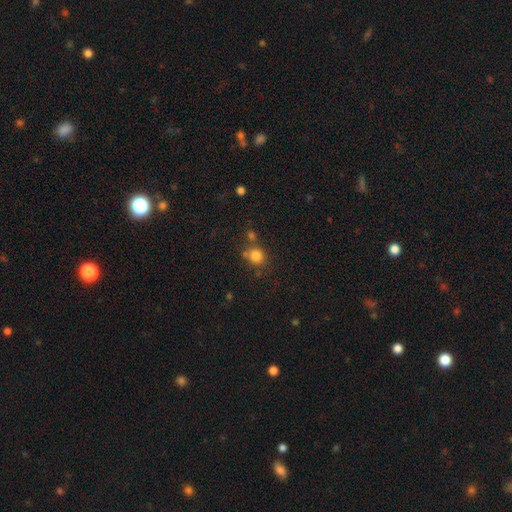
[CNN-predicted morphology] The model was most divided on "merging": none: 68%, merger: 16%, minor disturbance: 11%, major disturbance: 4%. More confident: how rounded — round (85%); smooth or featured — smooth (81%).